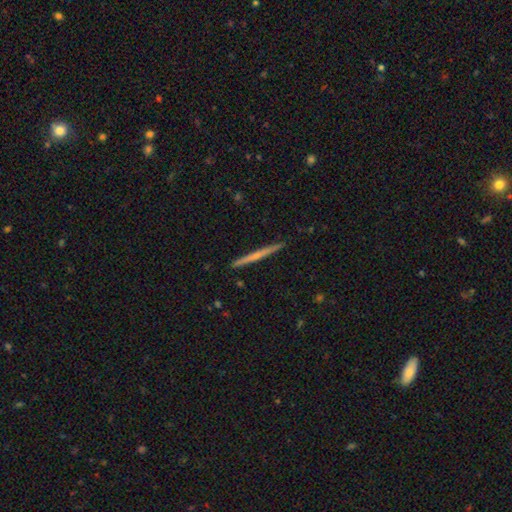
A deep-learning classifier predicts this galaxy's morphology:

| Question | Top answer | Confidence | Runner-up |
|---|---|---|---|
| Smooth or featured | featured or disk | 51% | smooth (43%) |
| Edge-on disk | yes | 98% | no (2%) |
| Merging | none | 92% | minor disturbance (6%) |